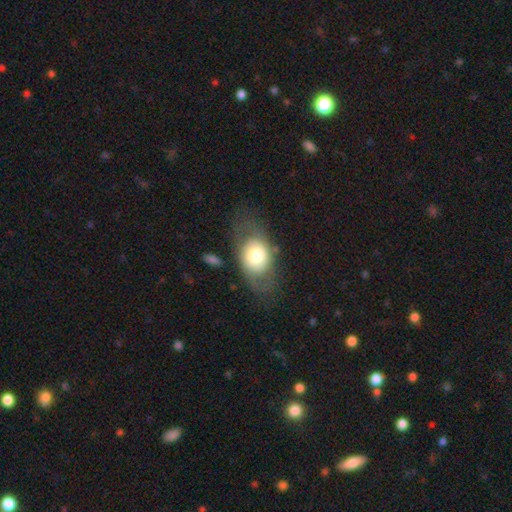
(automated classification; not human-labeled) A smooth galaxy with no disk features (63%) that is in between round and cigar-shaped (73%). Merging: none (60%).